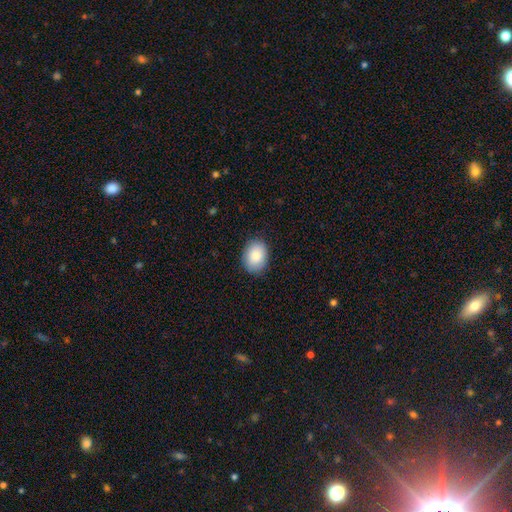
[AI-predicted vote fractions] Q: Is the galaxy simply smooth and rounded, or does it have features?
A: smooth — 87%.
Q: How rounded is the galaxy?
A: in between — 70%.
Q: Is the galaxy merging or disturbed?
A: none — 86%.